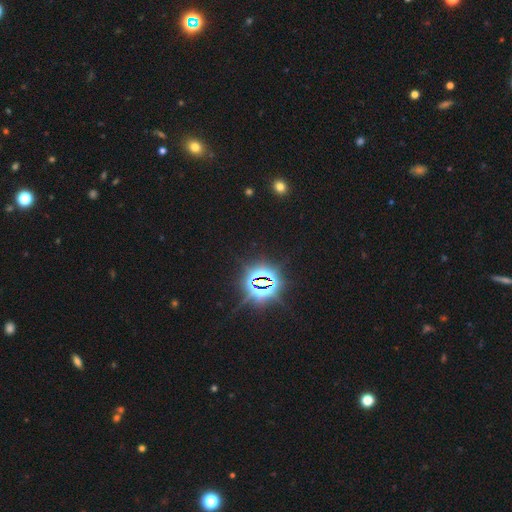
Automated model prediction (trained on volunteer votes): The model was most divided on "smooth or featured": star or artifact: 80%, smooth: 12%, featured or disk: 7%.